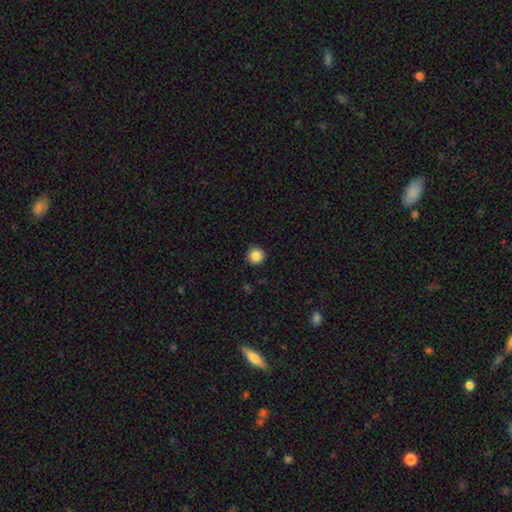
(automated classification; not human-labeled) Morphology: type=smooth (87%); roundness=round (96%); merging=none (91%).